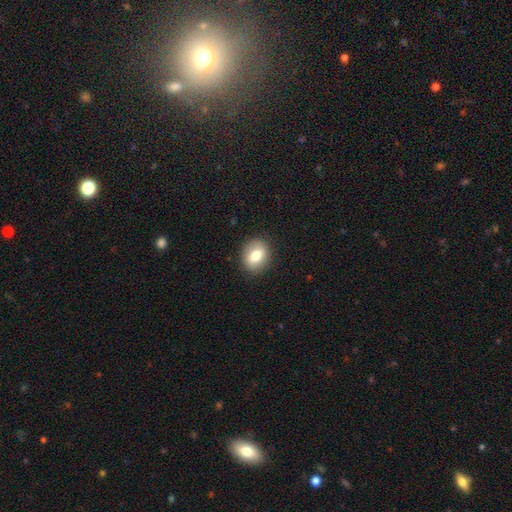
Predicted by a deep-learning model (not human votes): Overall: smooth (77%). How rounded: in between (52%; round 46%). Merging: none (88%).